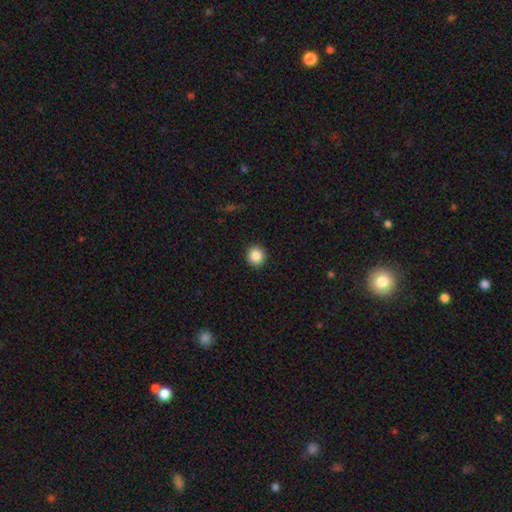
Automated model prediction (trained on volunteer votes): Overall: smooth (87%). How rounded: round (94%). Merging: none (93%).